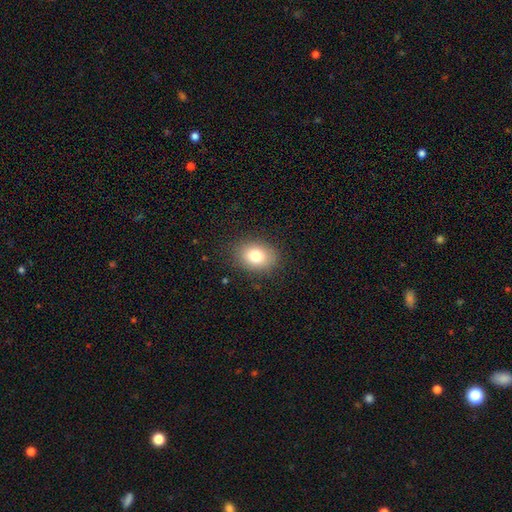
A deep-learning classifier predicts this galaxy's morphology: type=smooth (80%); roundness=in between (64%); merging=none (86%).